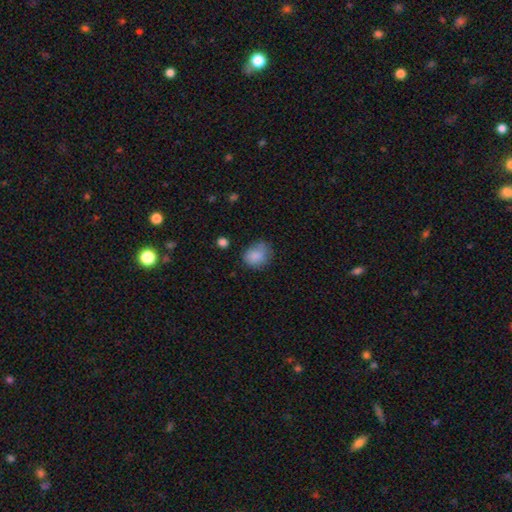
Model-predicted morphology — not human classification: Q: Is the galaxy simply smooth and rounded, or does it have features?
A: smooth — 83%.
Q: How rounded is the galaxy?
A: round — 57%.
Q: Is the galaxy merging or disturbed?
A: none — 57%.